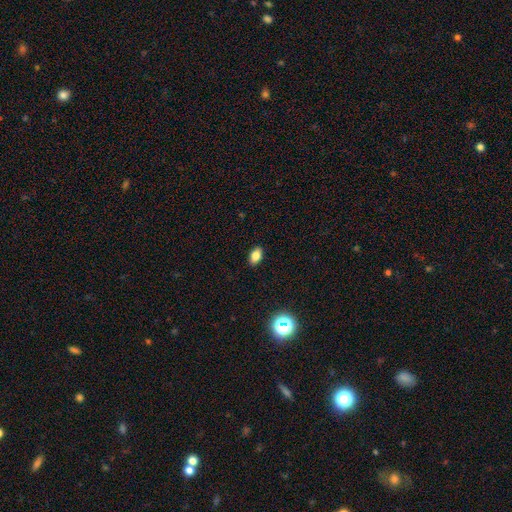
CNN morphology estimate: A smooth galaxy with no disk features (80%) that is in between round and cigar-shaped (89%). Merging: none (89%).